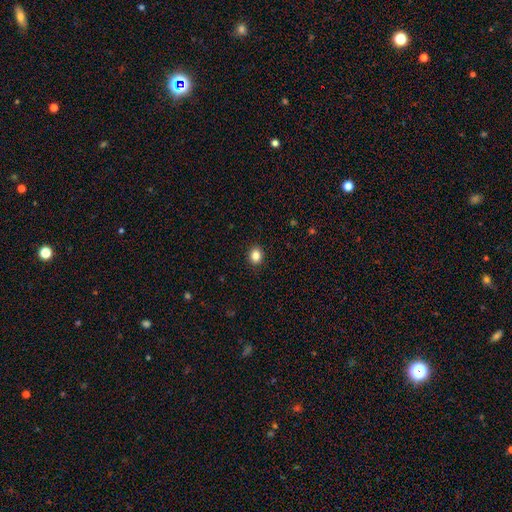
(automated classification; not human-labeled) A smooth galaxy with no disk features (84%) that is round (66%). Merging: none (91%).